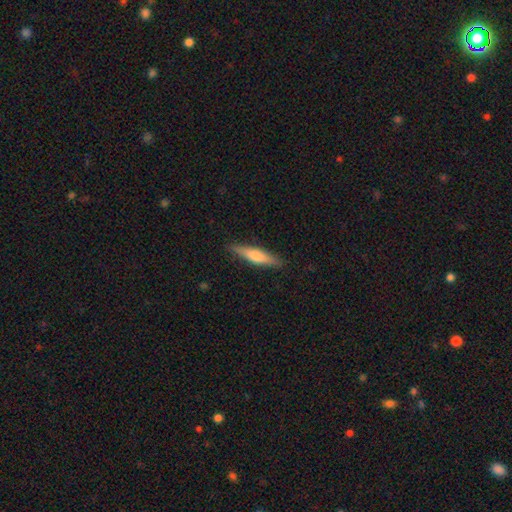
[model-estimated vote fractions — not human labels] Smooth or featured?
  - smooth: 53% *
  - featured or disk: 41%
  - star or artifact: 6%
How rounded?
  - cigar-shaped: 83% *
  - in between: 15%
  - round: 2%
Merging?
  - none: 89% *
  - minor disturbance: 9%
  - major disturbance: 2%
  - merger: 1%